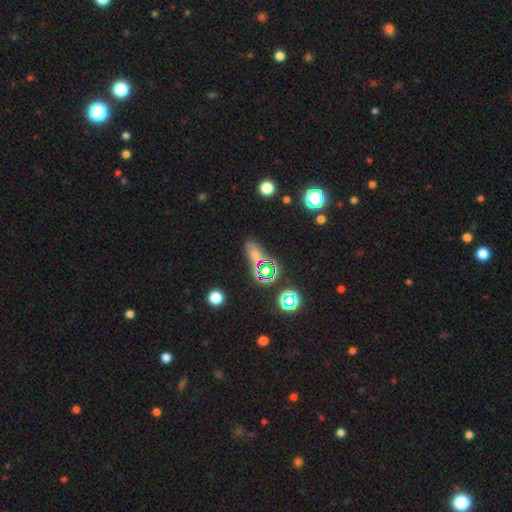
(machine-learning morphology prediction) The model was most divided on "smooth or featured": smooth: 46%, star or artifact: 40%, featured or disk: 14%. More confident: merging — none (61%).